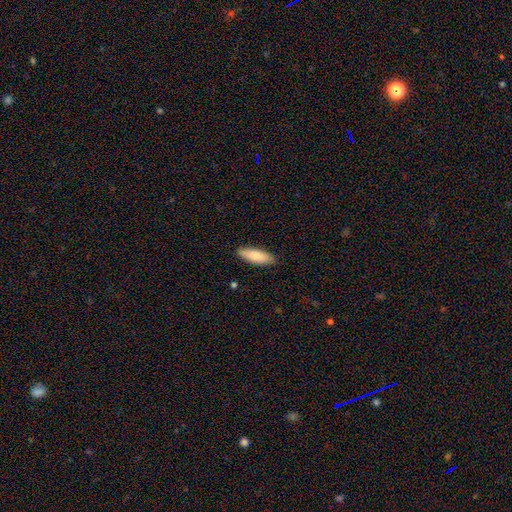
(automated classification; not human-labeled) smooth 83%, featured or disk 12%, star or artifact 6%. Down the decision tree: how rounded — in between (60%); merging — none (86%).